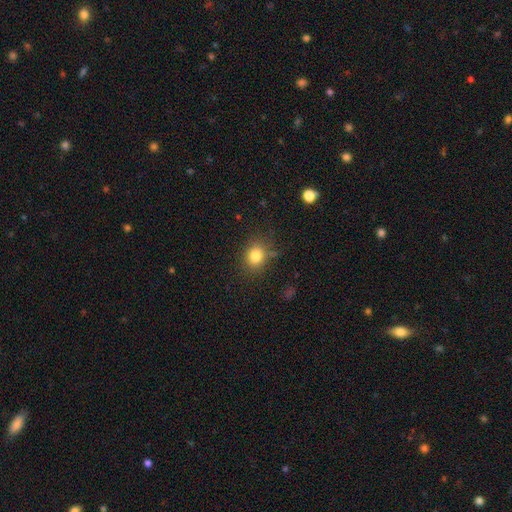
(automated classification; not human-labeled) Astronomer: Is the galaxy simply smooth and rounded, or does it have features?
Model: smooth — 81%.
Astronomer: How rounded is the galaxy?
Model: round — 65%.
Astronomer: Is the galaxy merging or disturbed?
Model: none — 77%.